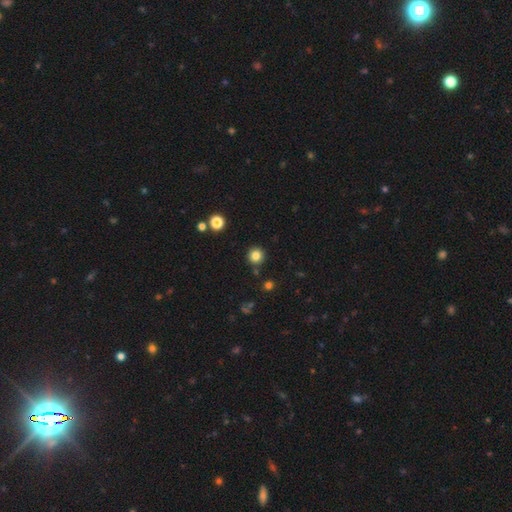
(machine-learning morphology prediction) This appears to be a smooth galaxy with no disk features (83%) that is round (94%). Merging: none (89%).